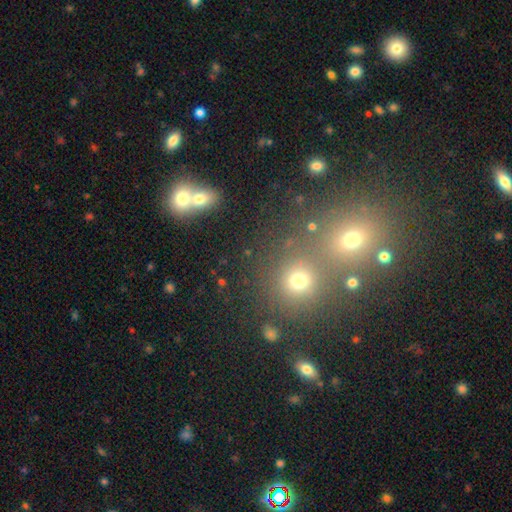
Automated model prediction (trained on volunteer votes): A smooth galaxy with no disk features (57%) that is round (77%).

Vote fractions:
- Smooth or featured? smooth: 57% / star or artifact: 32% / featured or disk: 11%
- How rounded? round: 77% / in between: 21% / cigar-shaped: 2%
- Merging? none: 63% / merger: 25% / minor disturbance: 8% / major disturbance: 4%